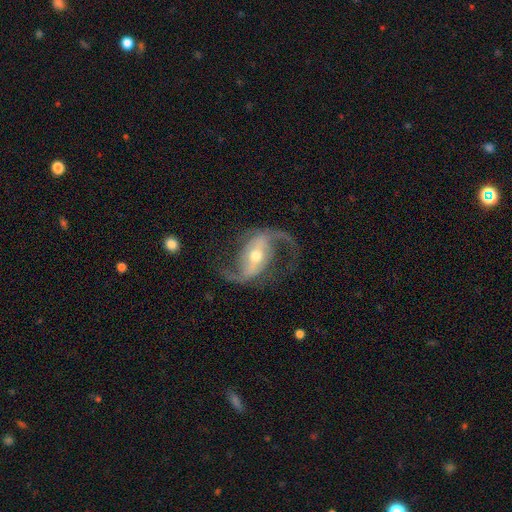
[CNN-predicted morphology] The model was most divided on "bar": strong: 50%, weak: 33%, no: 17%. More confident: spiral arms — yes (97%); edge-on disk — no (97%); spiral arm count — 2 (94%); smooth or featured — featured or disk (92%); merging — none (77%); bulge size — moderate (59%); spiral winding — loose (56%).